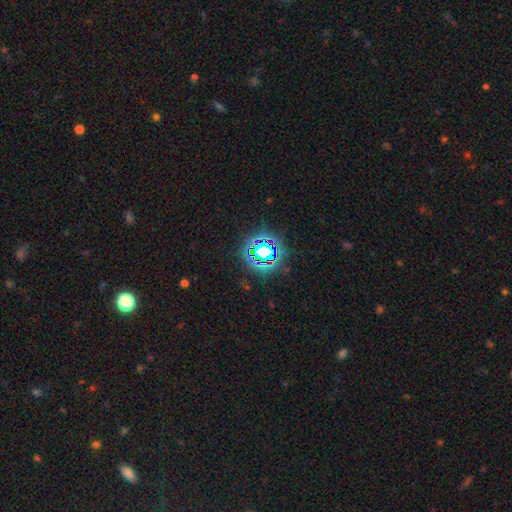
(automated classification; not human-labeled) Morphology: type=star or artifact (78%).